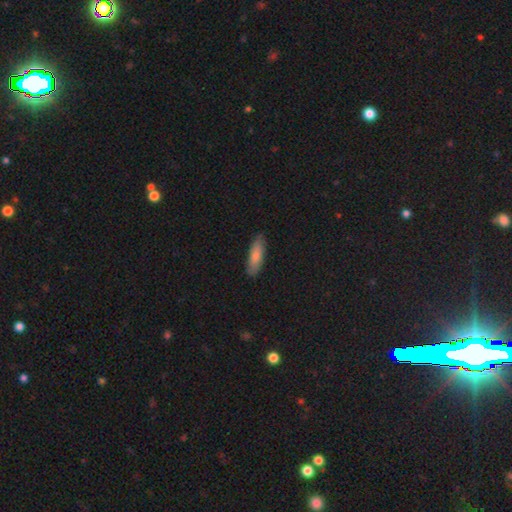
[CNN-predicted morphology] The model was most divided on "how rounded": in between: 53%, cigar-shaped: 45%, round: 2%. More confident: merging — none (84%); smooth or featured — smooth (79%).